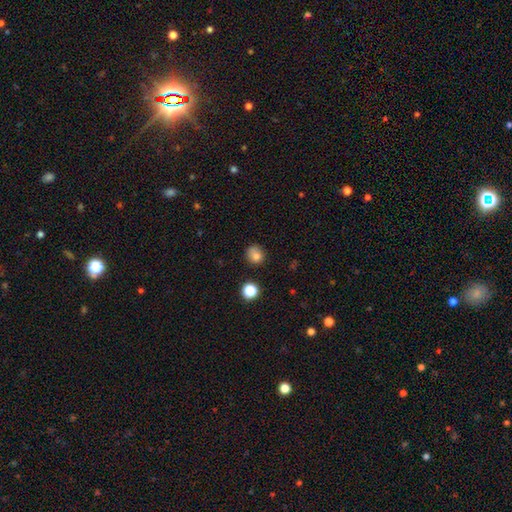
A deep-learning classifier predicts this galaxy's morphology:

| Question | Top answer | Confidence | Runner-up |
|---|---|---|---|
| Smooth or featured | smooth | 79% | star or artifact (13%) |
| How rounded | round | 84% | in between (15%) |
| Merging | none | 74% | minor disturbance (16%) |